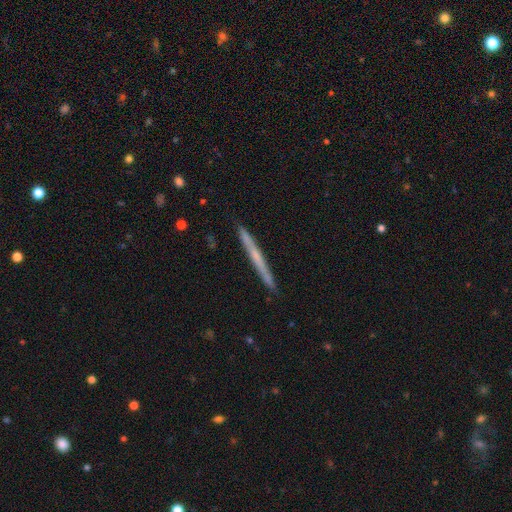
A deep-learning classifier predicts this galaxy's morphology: Smooth or featured: featured or disk — 52% (smooth — 42%)
Edge-on disk: yes — 97% (no — 3%)
Edge-on bulge: none — 74% (rounded — 21%)
Merging: none — 90% (minor disturbance — 7%)